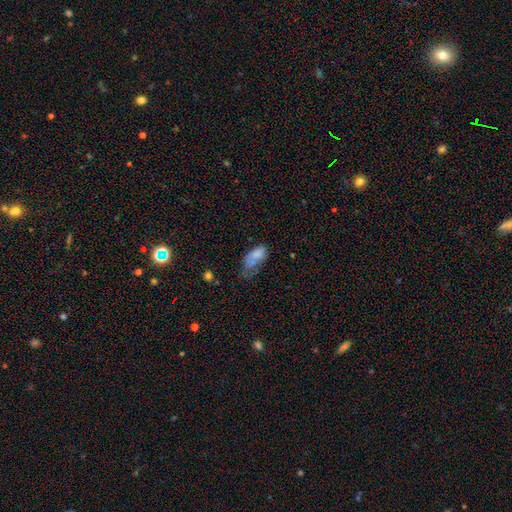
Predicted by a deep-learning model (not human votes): This appears to be a smooth galaxy with no disk features (68%) that is in between round and cigar-shaped (91%). Merging: major disturbance (35%).